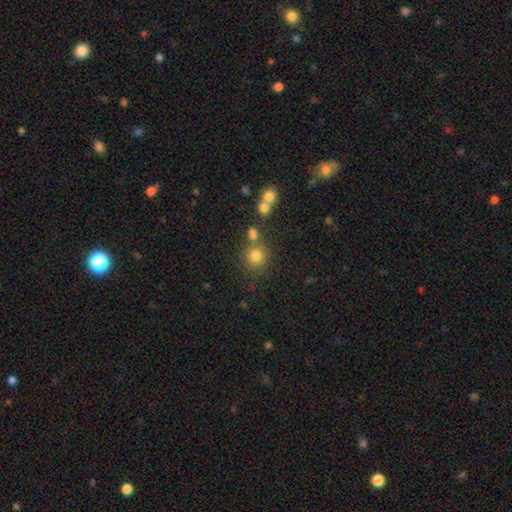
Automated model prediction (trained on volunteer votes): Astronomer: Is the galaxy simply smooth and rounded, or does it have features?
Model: smooth — 79%.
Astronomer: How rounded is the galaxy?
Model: round — 88%.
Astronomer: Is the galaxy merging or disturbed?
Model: none — 68%.